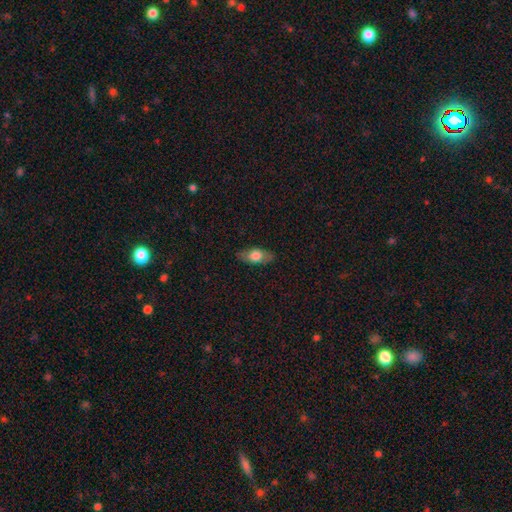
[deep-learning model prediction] smooth-or-featured: smooth: 66% | featured or disk: 27% | star or artifact: 7%
  how-rounded: in between: 83% | cigar-shaped: 11% | round: 6%
  merging: none: 82% | minor disturbance: 14% | major disturbance: 4% | merger: 1%